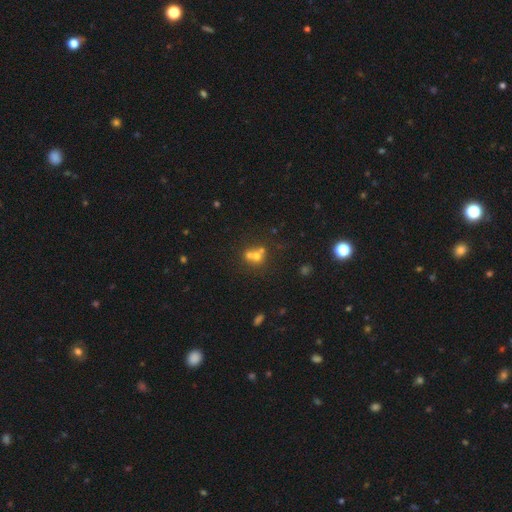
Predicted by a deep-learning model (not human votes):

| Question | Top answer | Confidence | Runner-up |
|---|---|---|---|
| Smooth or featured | smooth | 56% | featured or disk (24%) |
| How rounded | round | 79% | in between (20%) |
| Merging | merger | 56% | none (34%) |